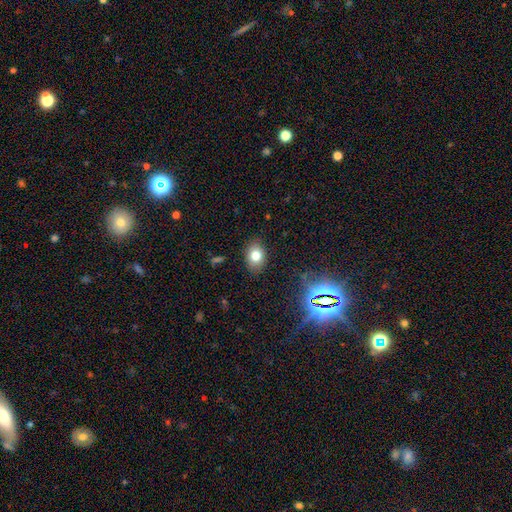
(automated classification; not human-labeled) Smooth or featured? smooth (77%)
How rounded? in between (76%)
Merging? none (87%)